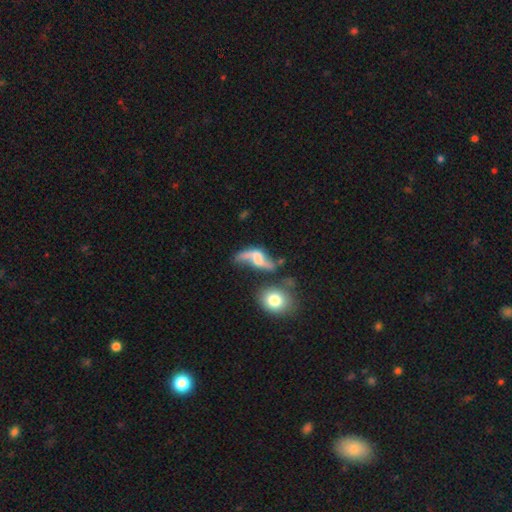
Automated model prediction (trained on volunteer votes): Morphology: type=featured or disk (74%); edge-on=no (90%); bar=no (49%); spiral arms=yes (88%); winding=loose (89%); arm count=2 (89%); bulge=moderate (35%); merging=none (43%).